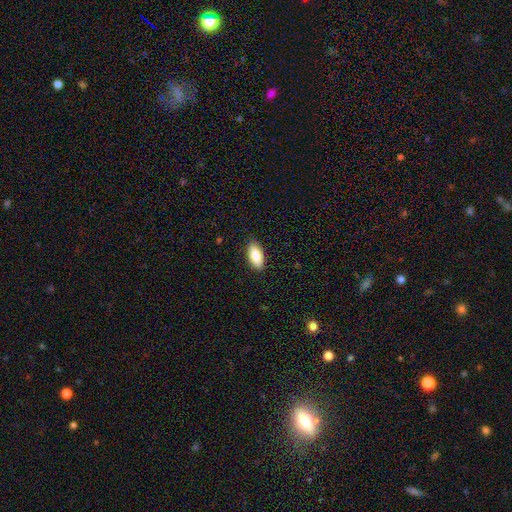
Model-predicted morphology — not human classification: A smooth galaxy with no disk features (85%) that is in between round and cigar-shaped (88%). Merging: none (89%).